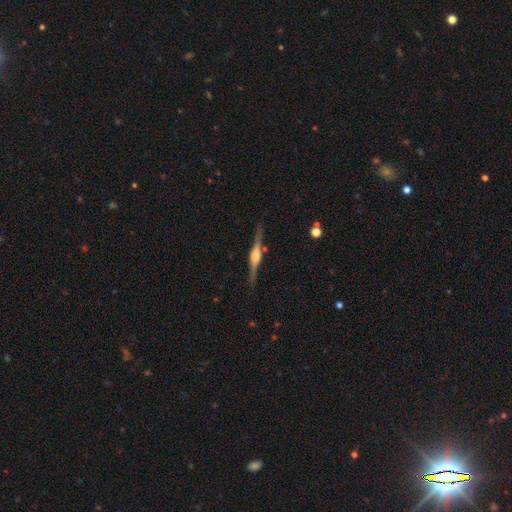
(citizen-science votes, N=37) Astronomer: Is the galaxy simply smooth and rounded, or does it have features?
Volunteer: featured or disk — 86%.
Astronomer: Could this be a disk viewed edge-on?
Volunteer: yes — 97%.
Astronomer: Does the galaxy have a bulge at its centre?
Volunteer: rounded — 84%.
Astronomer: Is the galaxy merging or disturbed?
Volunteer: none — 89%.